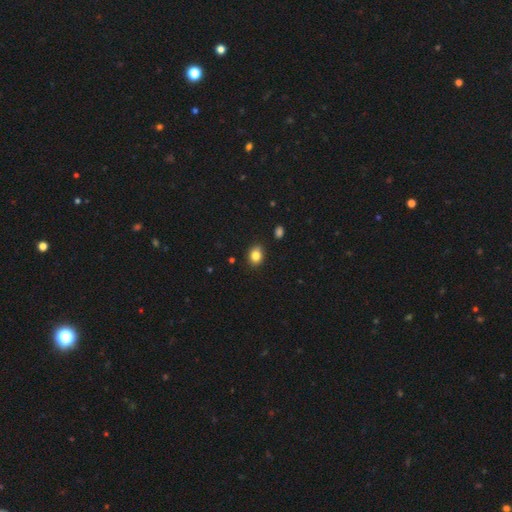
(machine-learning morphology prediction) The model was most divided on "how rounded": in between: 52%, round: 47%, cigar-shaped: 1%. More confident: smooth or featured — smooth (84%); merging — none (83%).